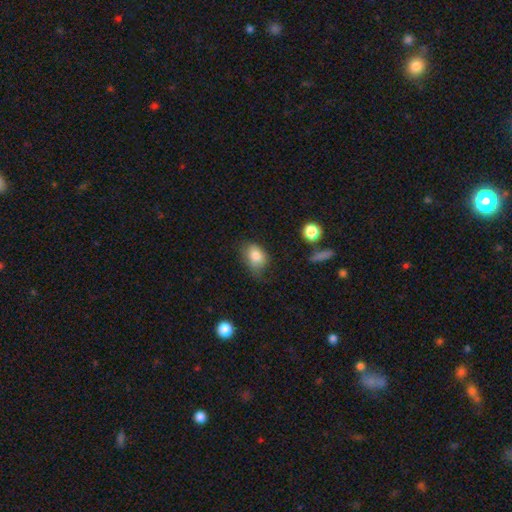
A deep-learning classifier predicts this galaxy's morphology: smooth-or-featured: smooth: 81% | featured or disk: 10% | star or artifact: 9%
  how-rounded: in between: 76% | round: 22% | cigar-shaped: 1%
  merging: none: 51% | minor disturbance: 34% | major disturbance: 12% | merger: 2%